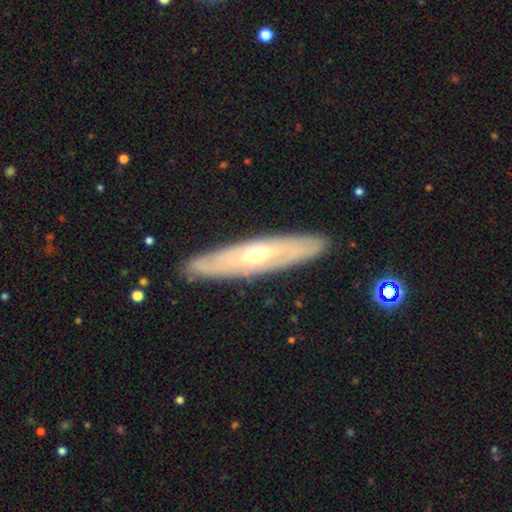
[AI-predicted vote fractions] A featured or disk galaxy (75%).

Vote fractions:
- Smooth or featured? featured or disk: 75% / smooth: 19% / star or artifact: 6%
- Edge-on disk? no: 51% / yes: 49%
- Merging? none: 87% / minor disturbance: 10% / major disturbance: 2% / merger: 1%